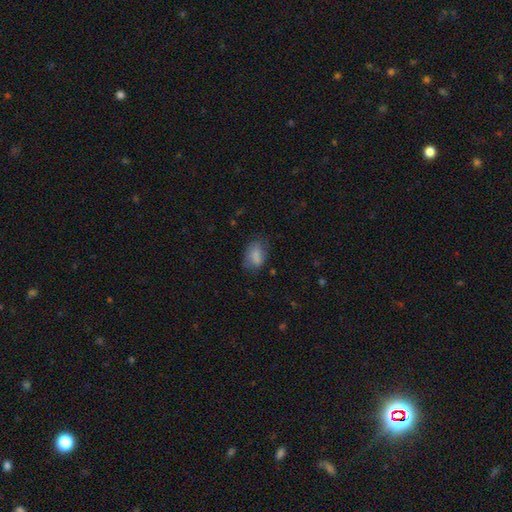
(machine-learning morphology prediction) A smooth galaxy with no disk features (78%) that is in between round and cigar-shaped (86%). Merging: none (58%).